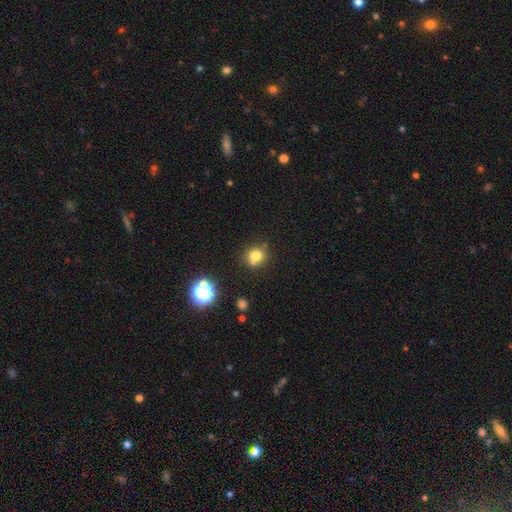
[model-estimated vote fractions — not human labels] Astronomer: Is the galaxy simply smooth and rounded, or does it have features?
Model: smooth — 74%.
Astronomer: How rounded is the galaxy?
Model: round — 85%.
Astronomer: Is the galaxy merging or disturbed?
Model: none — 64%.